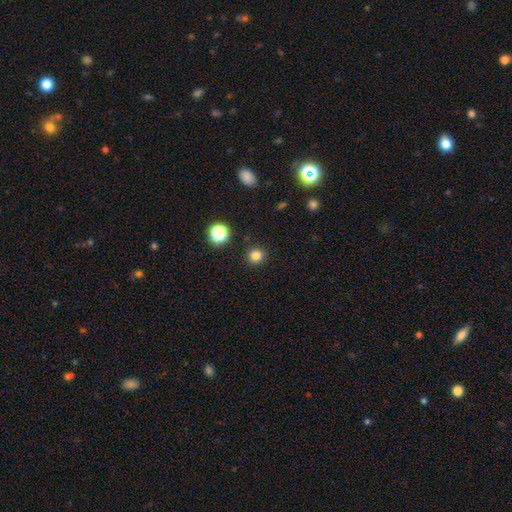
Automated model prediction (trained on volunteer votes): smooth 81%, star or artifact 15%, featured or disk 5%. Down the decision tree: how rounded — round (91%); merging — none (90%).